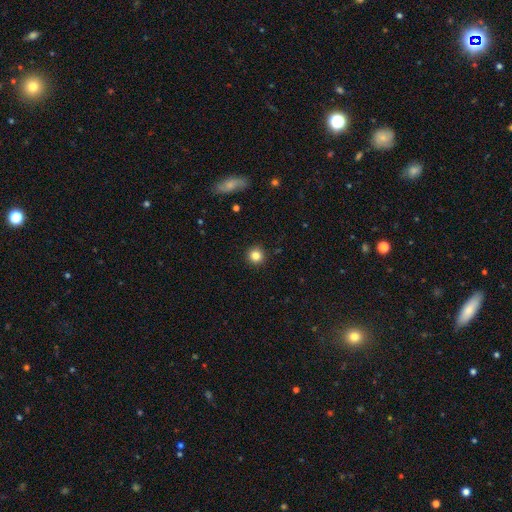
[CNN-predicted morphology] smooth_or_featured: smooth (p=0.84) [alt: star or artifact p=0.11]
how_rounded: round (p=0.95) [alt: in between p=0.05]
merging: none (p=0.92) [alt: minor disturbance p=0.05]